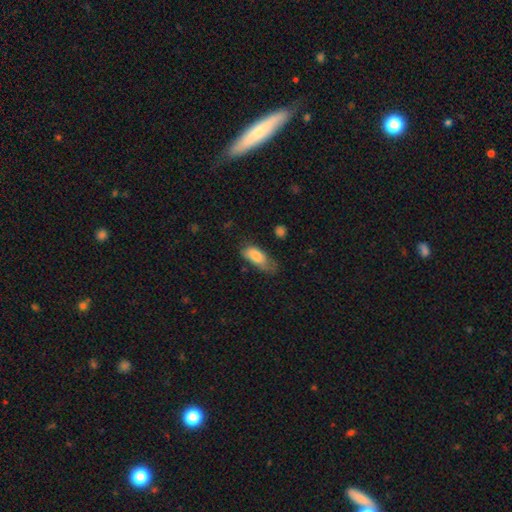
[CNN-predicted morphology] Smooth or featured: smooth — 82% (featured or disk — 11%)
How rounded: in between — 83% (cigar-shaped — 14%)
Merging: none — 42% (minor disturbance — 38%)